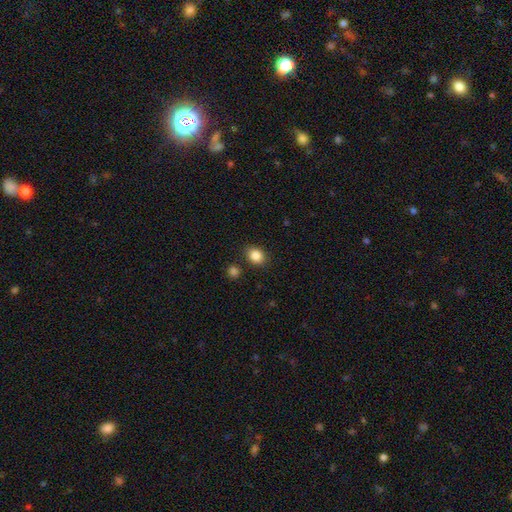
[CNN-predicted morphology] A smooth galaxy with no disk features (86%) that is round (50%).

Vote fractions:
- Smooth or featured? smooth: 86% / star or artifact: 10% / featured or disk: 5%
- How rounded? round: 50% / in between: 49% / cigar-shaped: 1%
- Merging? none: 83% / minor disturbance: 9% / merger: 4% / major disturbance: 3%